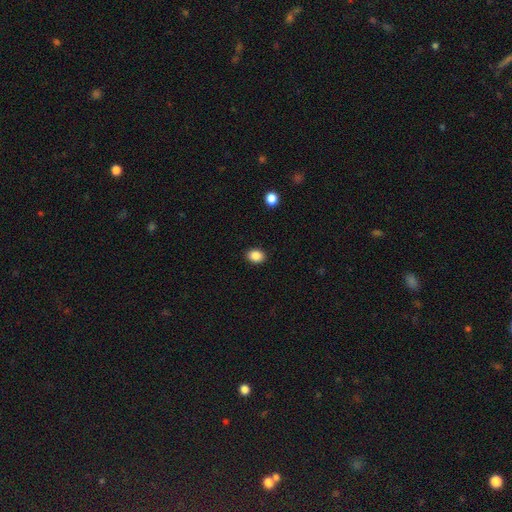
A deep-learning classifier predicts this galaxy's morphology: smooth 88%, star or artifact 9%, featured or disk 3%. Down the decision tree: how rounded — in between (58%); merging — none (90%).